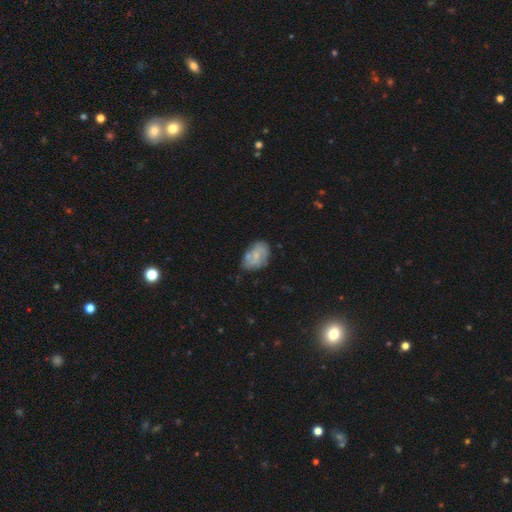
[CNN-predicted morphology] A featured or disk galaxy (48%).

Vote fractions:
- Smooth or featured? featured or disk: 48% / smooth: 44% / star or artifact: 8%
- Merging? none: 54% / minor disturbance: 28% / major disturbance: 10% / merger: 9%